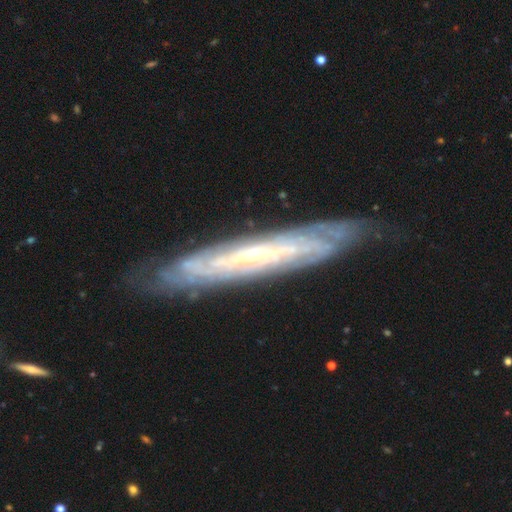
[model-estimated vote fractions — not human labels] This is clearly a featured or disk galaxy (82%). It is possibly not viewed edge-on (52%). Merging: likely none (79%).